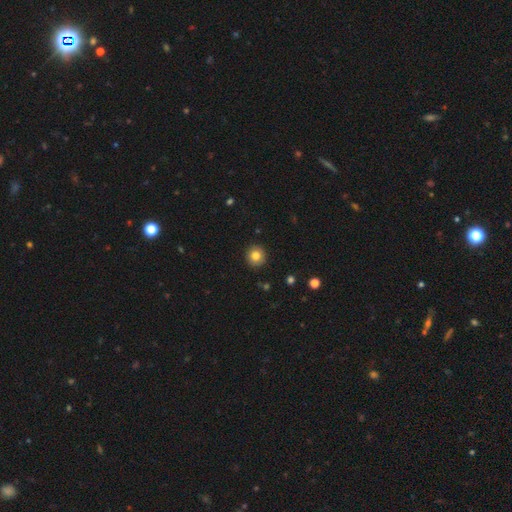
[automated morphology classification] Smooth or featured: smooth — 82% (star or artifact — 10%)
How rounded: round — 93% (in between — 6%)
Merging: none — 92% (minor disturbance — 6%)